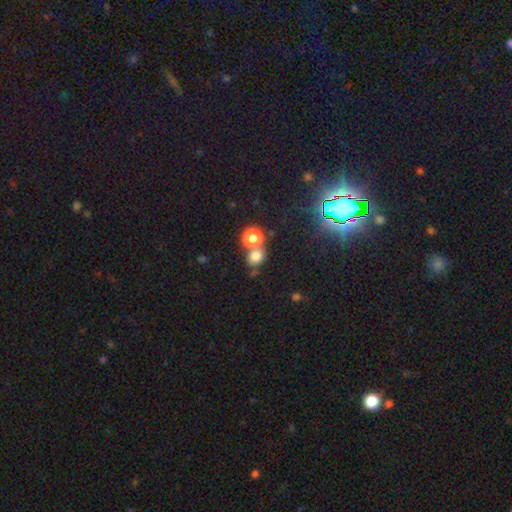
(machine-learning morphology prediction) Q: Smooth or featured?
A: smooth (76%); runner-up: star or artifact (16%)
Q: How rounded?
A: round (71%); runner-up: in between (28%)
Q: Merging?
A: none (53%); runner-up: merger (36%)